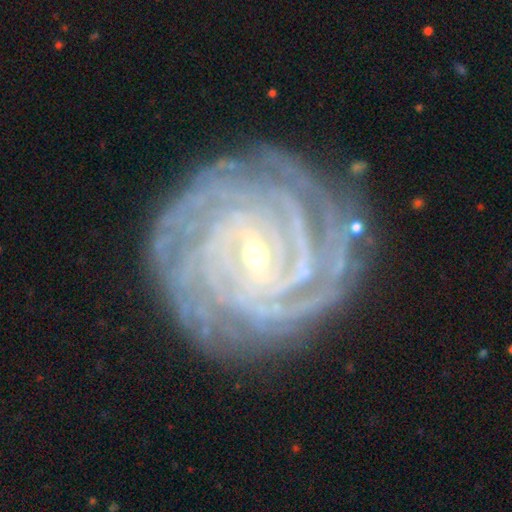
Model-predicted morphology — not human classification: type=featured or disk (92%); edge-on=no (97%); bar=weak (46%); spiral arms=yes (98%); winding=tight (84%); arm count=4 (31%); bulge=small (70%); merging=none (79%).